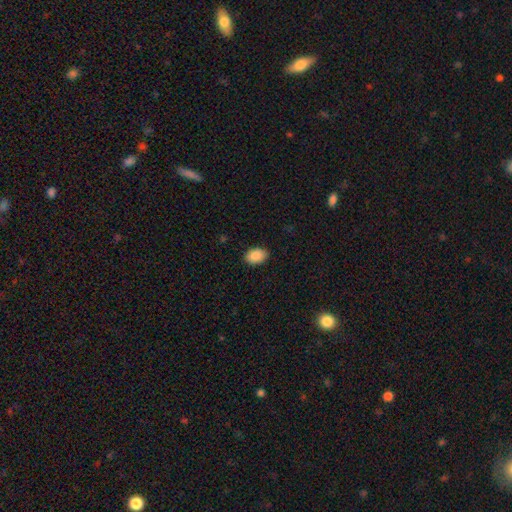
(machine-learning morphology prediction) smooth_or_featured: smooth (p=0.90) [alt: star or artifact p=0.07]
how_rounded: in between (p=0.84) [alt: round p=0.14]
merging: none (p=0.88) [alt: minor disturbance p=0.09]